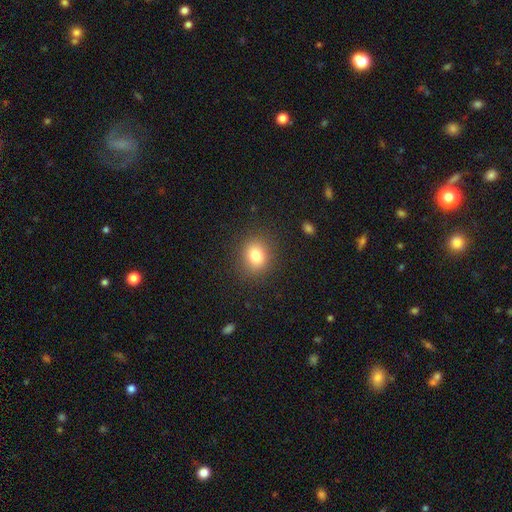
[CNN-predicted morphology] type=smooth (80%); roundness=round (71%); merging=none (87%).